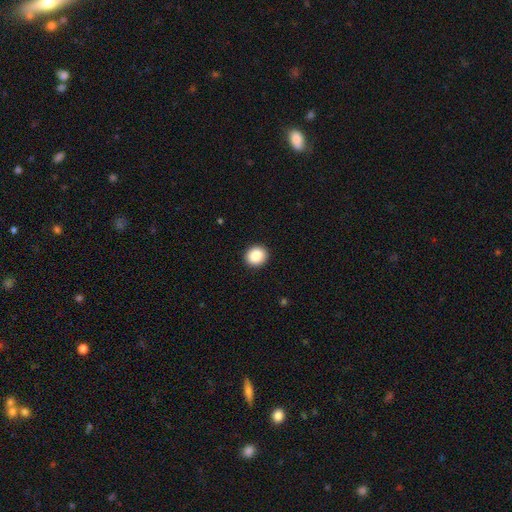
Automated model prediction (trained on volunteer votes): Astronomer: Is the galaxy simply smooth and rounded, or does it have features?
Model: smooth — 89%.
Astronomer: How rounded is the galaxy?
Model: round — 81%.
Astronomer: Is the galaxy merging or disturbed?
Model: none — 92%.